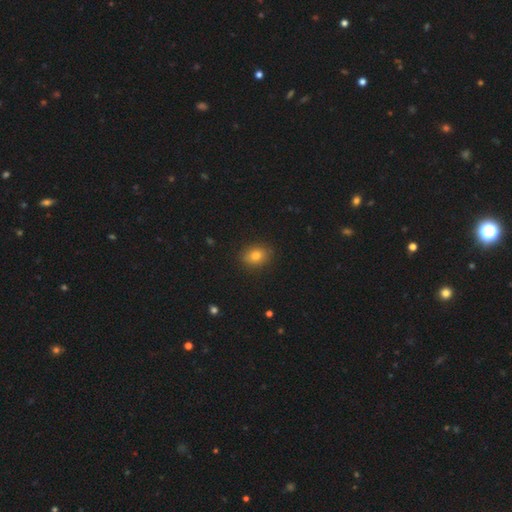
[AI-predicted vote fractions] A smooth galaxy with no disk features (80%) that is in between round and cigar-shaped (58%). Merging: none (87%).